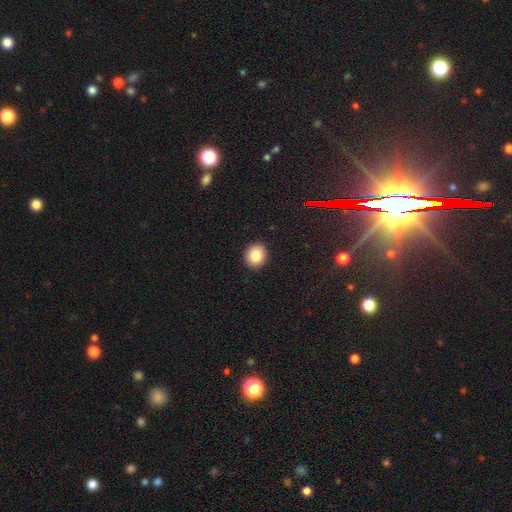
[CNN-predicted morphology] A smooth galaxy with no disk features (84%) that is round (74%). Merging: none (92%).